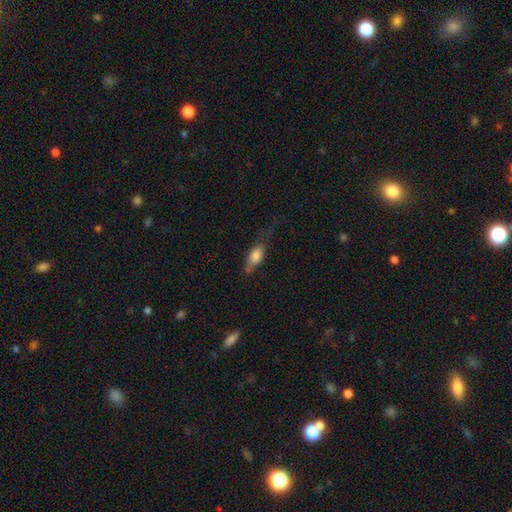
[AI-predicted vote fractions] Smooth or featured? Predicted: smooth (p=0.78). How rounded? Predicted: in between (p=0.80). Merging? Predicted: none (p=0.42).